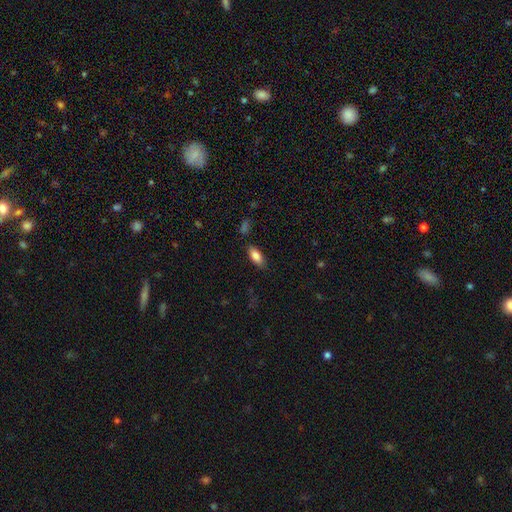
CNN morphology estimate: A smooth galaxy with no disk features (85%) that is in between round and cigar-shaped (84%).

Vote fractions:
- Smooth or featured? smooth: 85% / featured or disk: 8% / star or artifact: 7%
- How rounded? in between: 84% / cigar-shaped: 13% / round: 2%
- Merging? none: 81% / minor disturbance: 13% / major disturbance: 3% / merger: 3%